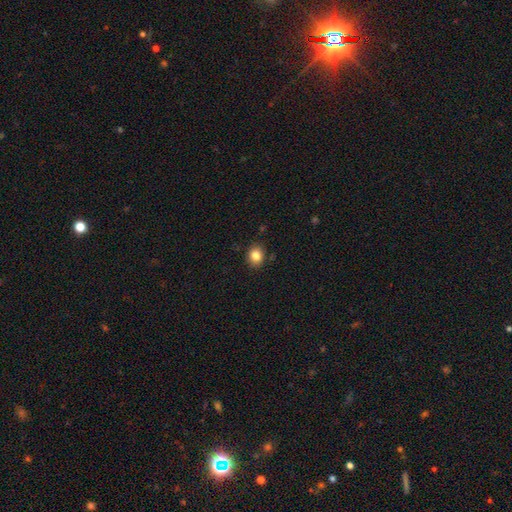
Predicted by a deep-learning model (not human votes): Smooth or featured? Predicted: smooth (p=0.83). How rounded? Predicted: round (p=0.65). Merging? Predicted: none (p=0.87).